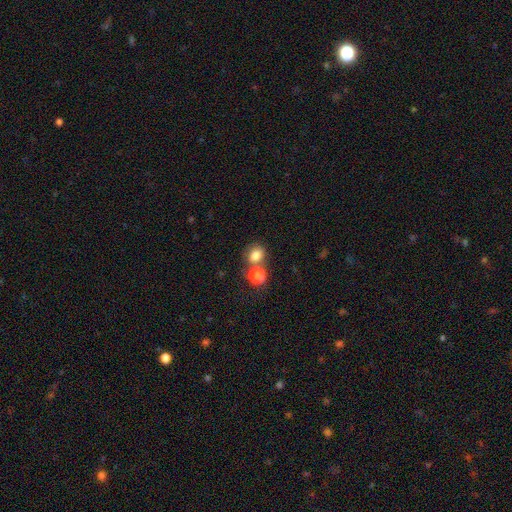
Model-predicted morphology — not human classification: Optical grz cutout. It shows a smooth galaxy with no disk features (80%) that is round (65%). Merging: none (50%).